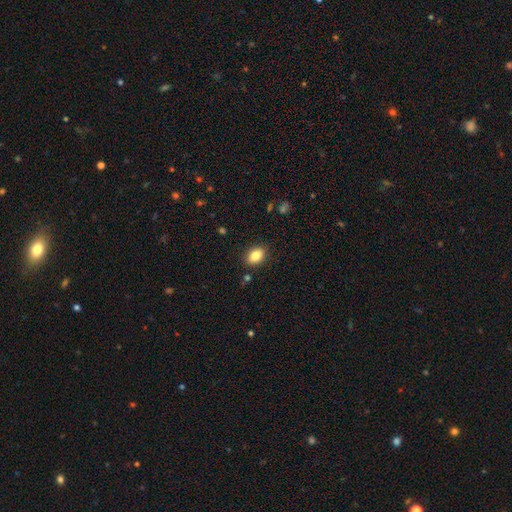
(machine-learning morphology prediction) smooth-or-featured: smooth: 84% | star or artifact: 9% | featured or disk: 7%
  how-rounded: in between: 78% | round: 21% | cigar-shaped: 1%
  merging: none: 88% | minor disturbance: 9% | major disturbance: 2% | merger: 2%